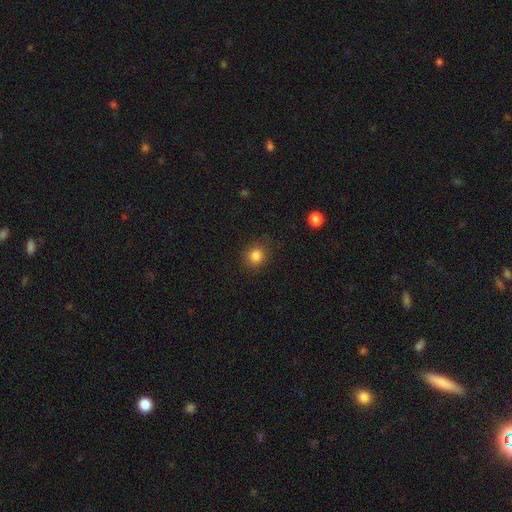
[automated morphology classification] Smooth or featured? Predicted: smooth (p=0.84). How rounded? Predicted: round (p=0.80). Merging? Predicted: none (p=0.86).